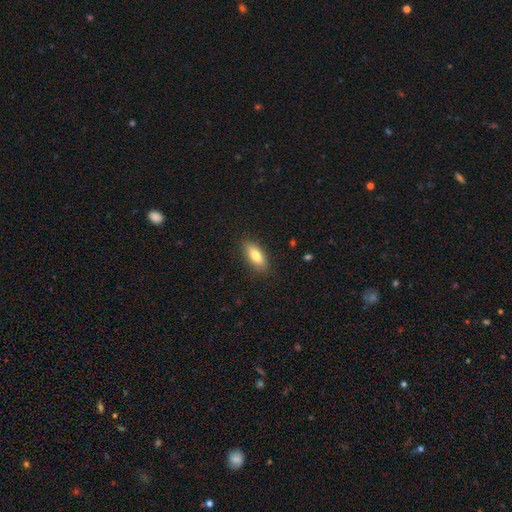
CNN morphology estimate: This is likely a smooth galaxy (78%). How rounded: likely in between (74%). Merging: clearly none (86%).